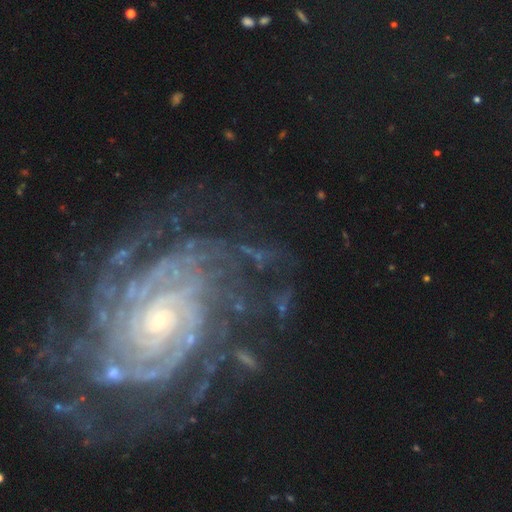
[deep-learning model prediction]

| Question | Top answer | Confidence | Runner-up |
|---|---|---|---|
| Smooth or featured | featured or disk | 90% | star or artifact (7%) |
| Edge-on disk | no | 97% | yes (3%) |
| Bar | no | 69% | weak (21%) |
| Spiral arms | yes | 98% | no (2%) |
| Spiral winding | tight | 77% | medium (19%) |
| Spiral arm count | can't tell | 26% | more than 4 (22%) |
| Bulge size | small | 65% | moderate (29%) |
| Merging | none | 71% | minor disturbance (16%) |